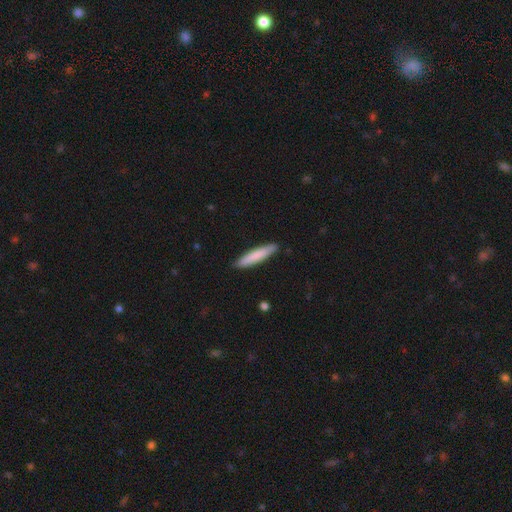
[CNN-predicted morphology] type=smooth (80%); roundness=cigar-shaped (91%); merging=none (89%).